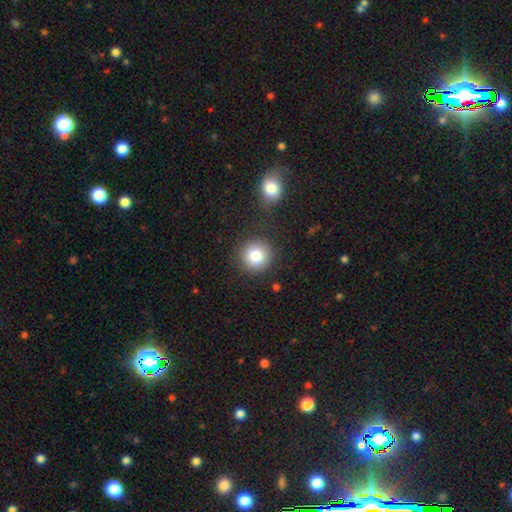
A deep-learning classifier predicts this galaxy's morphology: Smooth or featured?
  - smooth: 82% *
  - star or artifact: 10%
  - featured or disk: 8%
How rounded?
  - round: 94% *
  - in between: 5%
  - cigar-shaped: 1%
Merging?
  - none: 85% *
  - minor disturbance: 8%
  - merger: 4%
  - major disturbance: 3%